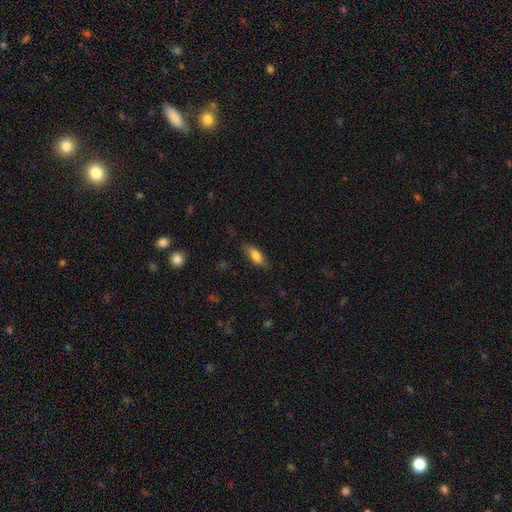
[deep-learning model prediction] This appears to be a smooth galaxy with no disk features (77%) that is in between round and cigar-shaped (71%). Merging: none (74%).